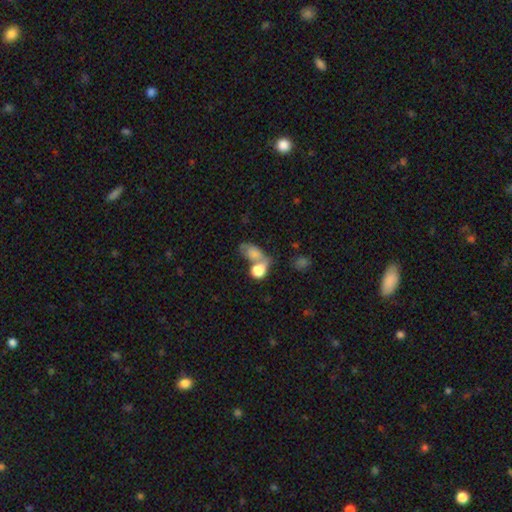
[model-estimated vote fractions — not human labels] This is likely a smooth galaxy (66%). How rounded: likely in between (67%). Merging: possibly merger (49%).